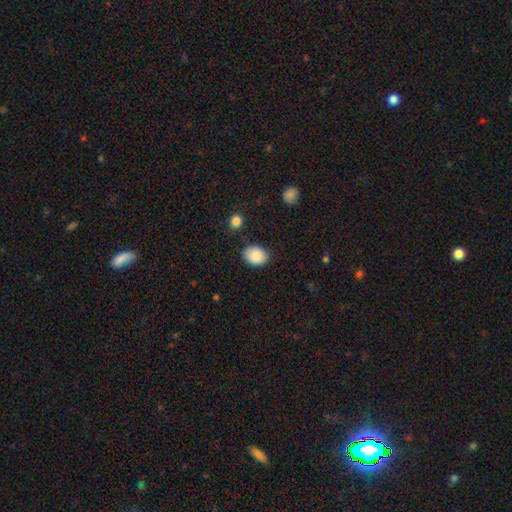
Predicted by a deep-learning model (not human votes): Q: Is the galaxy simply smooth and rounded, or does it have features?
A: smooth — 88%.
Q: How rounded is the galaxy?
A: in between — 63%.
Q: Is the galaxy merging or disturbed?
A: none — 83%.